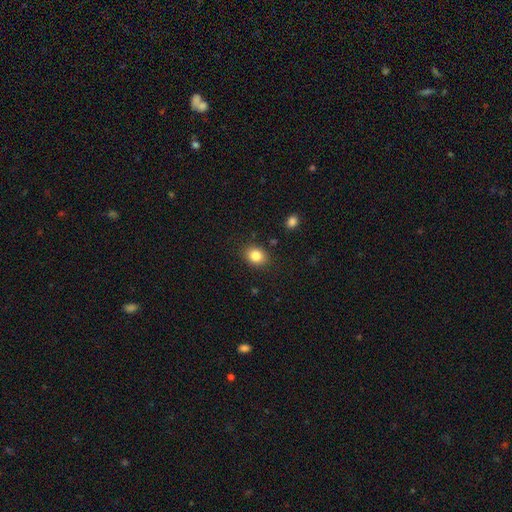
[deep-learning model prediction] Morphology: type=smooth (84%); roundness=in between (51%); merging=none (86%).